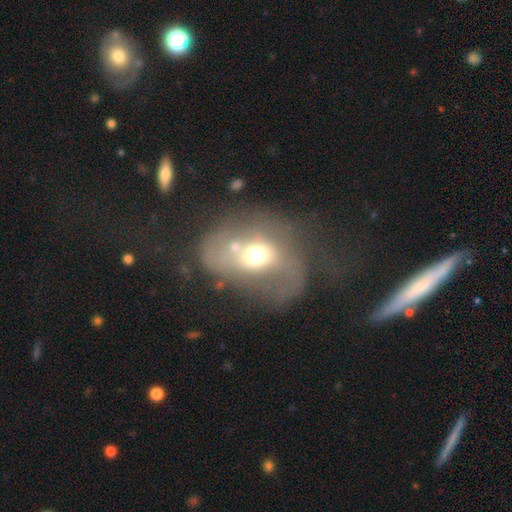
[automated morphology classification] The model was most divided on "smooth or featured": featured or disk: 49%, smooth: 40%, star or artifact: 12%. Remaining: merging — major disturbance (38%).